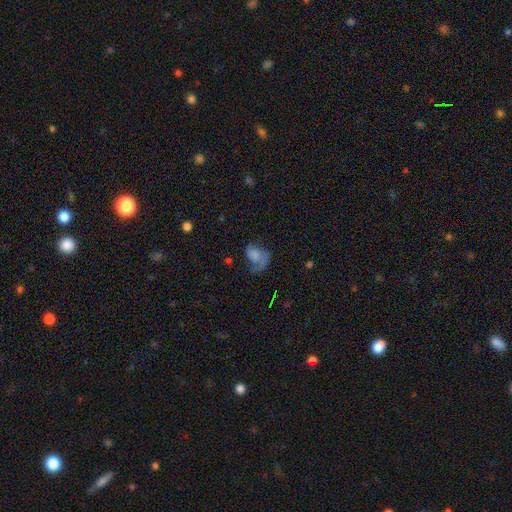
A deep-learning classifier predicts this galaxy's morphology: This appears to be a smooth galaxy with no disk features (53%) that is in between round and cigar-shaped (74%). Merging: major disturbance (47%).